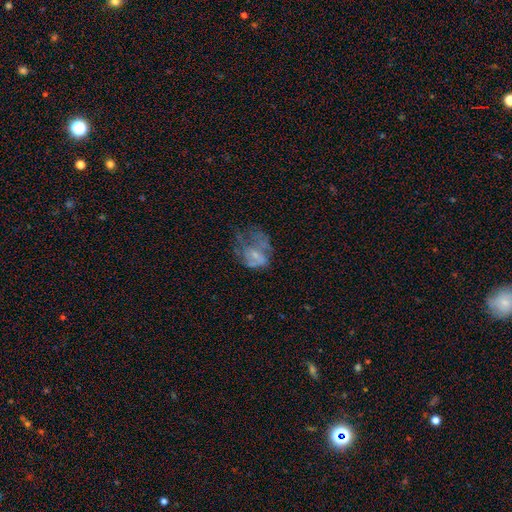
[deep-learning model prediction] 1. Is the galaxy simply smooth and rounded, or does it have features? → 51% featured or disk, 37% smooth, 12% star or artifact.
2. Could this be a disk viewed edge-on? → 98% no, 2% yes.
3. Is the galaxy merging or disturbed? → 50% major disturbance, 25% none, 21% minor disturbance, 5% merger.